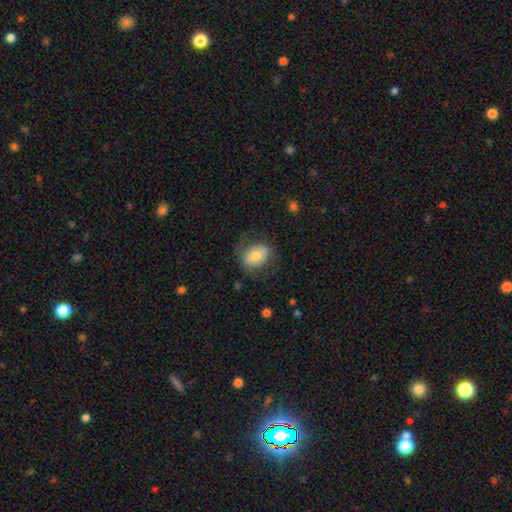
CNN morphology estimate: Smooth or featured? smooth (65%)
How rounded? in between (64%)
Merging? none (67%)